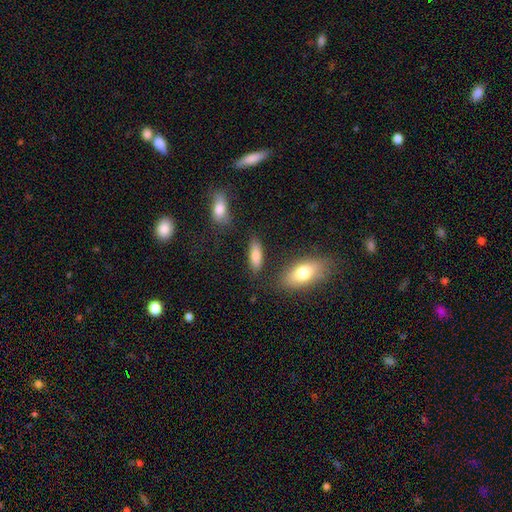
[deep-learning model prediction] Smooth or featured? Predicted: smooth (p=0.81). How rounded? Predicted: in between (p=0.62). Merging? Predicted: none (p=0.76).